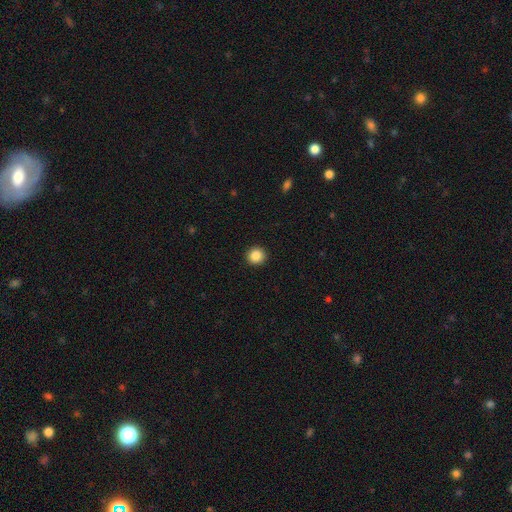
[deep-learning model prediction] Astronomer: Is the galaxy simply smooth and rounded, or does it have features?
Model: smooth — 87%.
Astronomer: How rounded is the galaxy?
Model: round — 93%.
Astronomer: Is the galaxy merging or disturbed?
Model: none — 93%.